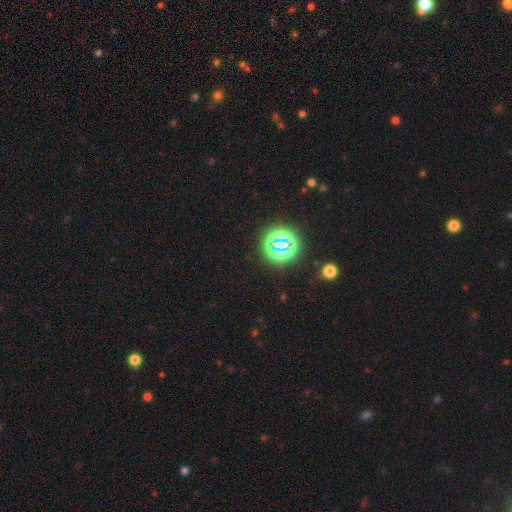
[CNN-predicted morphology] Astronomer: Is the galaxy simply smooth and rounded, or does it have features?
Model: star or artifact — 73%.